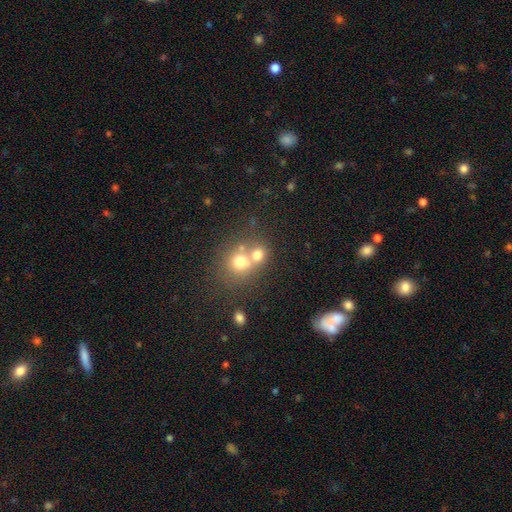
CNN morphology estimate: Smooth or featured?
  - smooth: 66% *
  - featured or disk: 18%
  - star or artifact: 16%
How rounded?
  - round: 78% *
  - in between: 21%
  - cigar-shaped: 1%
Merging?
  - merger: 52% *
  - none: 38%
  - minor disturbance: 7%
  - major disturbance: 3%